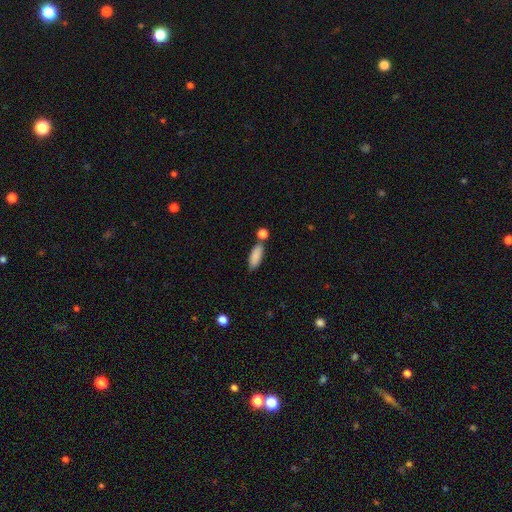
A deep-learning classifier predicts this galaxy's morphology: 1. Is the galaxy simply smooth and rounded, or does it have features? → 86% smooth, 7% featured or disk, 7% star or artifact.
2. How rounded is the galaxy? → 67% in between, 30% cigar-shaped, 3% round.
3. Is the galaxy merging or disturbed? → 65% none, 16% merger, 15% minor disturbance, 4% major disturbance.